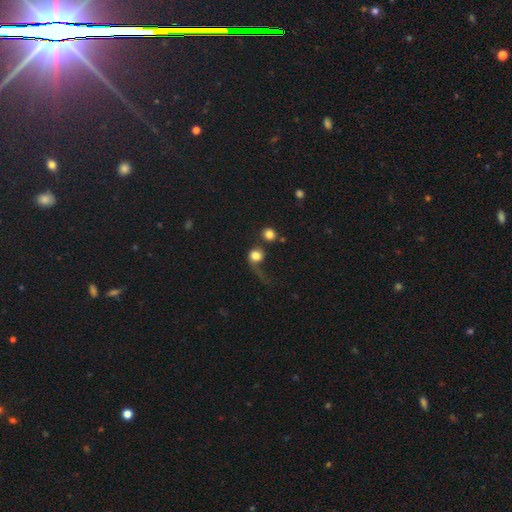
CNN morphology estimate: type=smooth (74%); roundness=round (83%); merging=major disturbance (36%).